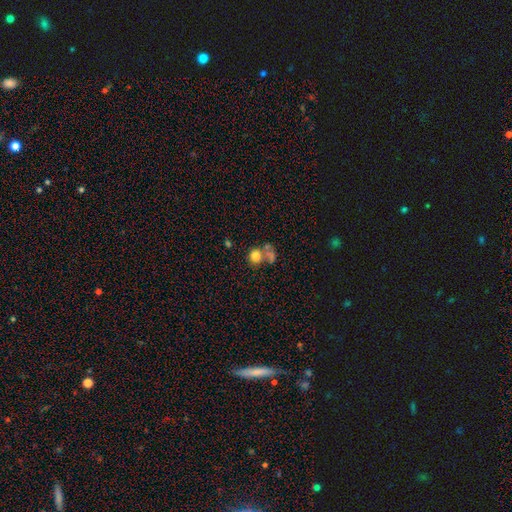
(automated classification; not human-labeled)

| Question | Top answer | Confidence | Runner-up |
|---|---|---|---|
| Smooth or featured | smooth | 73% | featured or disk (15%) |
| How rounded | round | 76% | in between (23%) |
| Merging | merger | 44% | none (35%) |